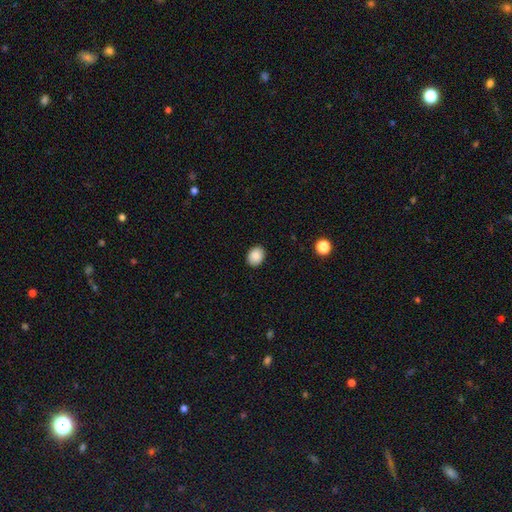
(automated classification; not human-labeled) smooth_or_featured: smooth (p=0.89) [alt: star or artifact p=0.08]
how_rounded: in between (p=0.55) [alt: round p=0.45]
merging: none (p=0.90) [alt: minor disturbance p=0.08]